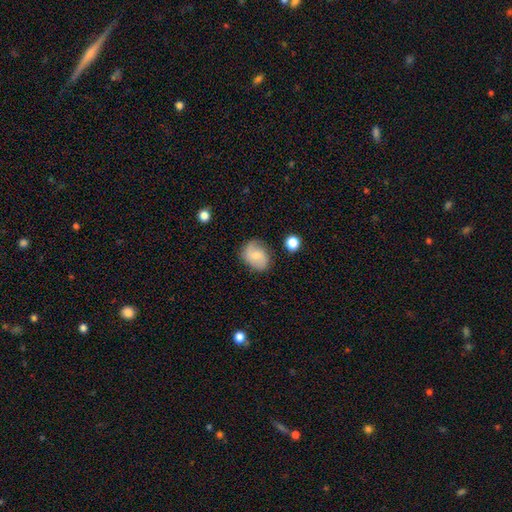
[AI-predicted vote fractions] Smooth or featured? smooth (55%)
How rounded? in between (58%)
Merging? none (71%)